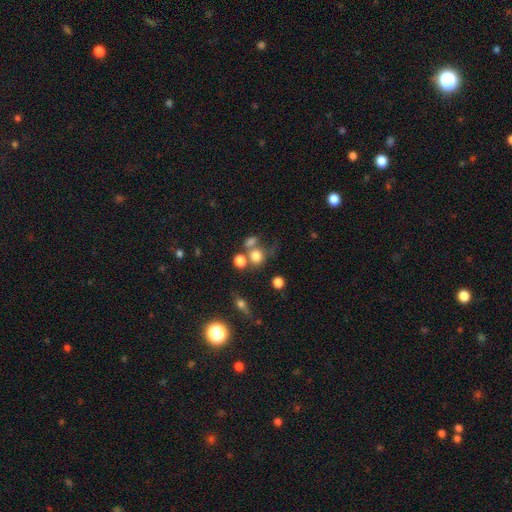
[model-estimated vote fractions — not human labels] Overall: smooth (73%). How rounded: round (78%). Merging: none (45%; merger 33%).